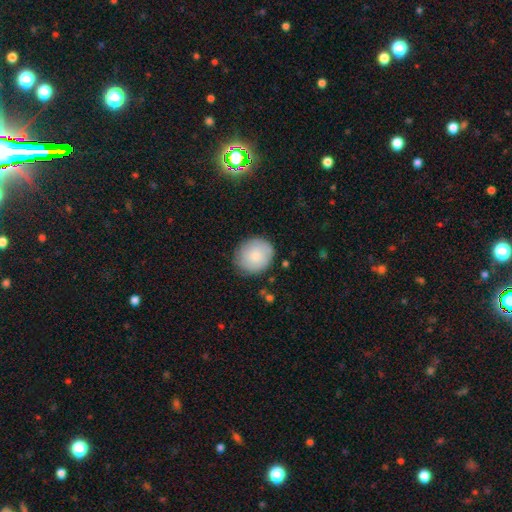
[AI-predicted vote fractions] Smooth or featured? smooth (82%)
How rounded? round (80%)
Merging? none (82%)